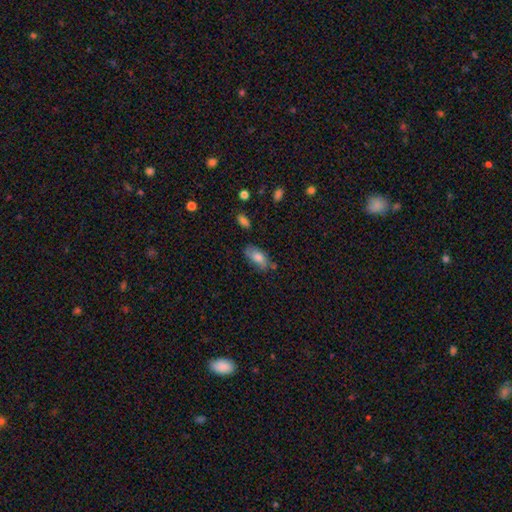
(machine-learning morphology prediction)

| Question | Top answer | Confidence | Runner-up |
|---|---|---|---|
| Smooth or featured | smooth | 64% | featured or disk (26%) |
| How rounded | in between | 88% | cigar-shaped (7%) |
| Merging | none | 68% | minor disturbance (22%) |